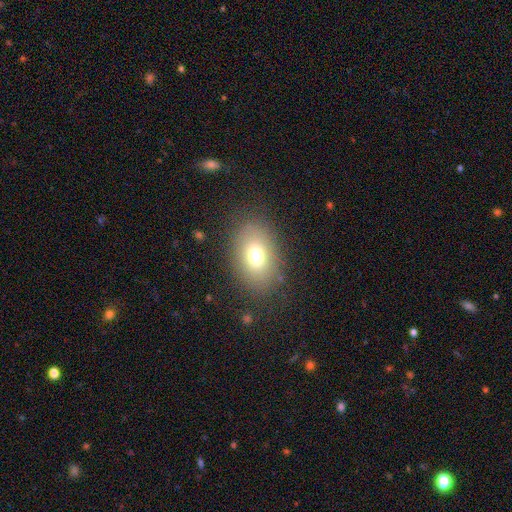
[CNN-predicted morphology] smooth_or_featured: smooth (p=0.73) [alt: featured or disk p=0.14]
how_rounded: in between (p=0.75) [alt: round p=0.24]
merging: none (p=0.83) [alt: minor disturbance p=0.10]